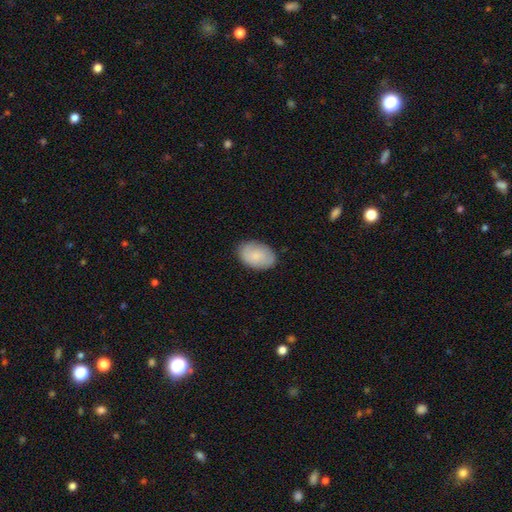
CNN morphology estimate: This appears to be a smooth galaxy with no disk features (78%) that is in between round and cigar-shaped (86%). Merging: none (83%).